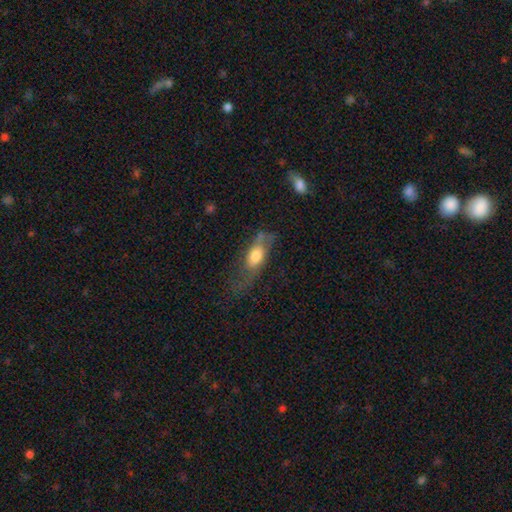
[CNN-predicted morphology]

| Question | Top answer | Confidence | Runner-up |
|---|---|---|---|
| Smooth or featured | smooth | 57% | featured or disk (36%) |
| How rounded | in between | 75% | cigar-shaped (21%) |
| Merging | none | 41% | major disturbance (28%) |